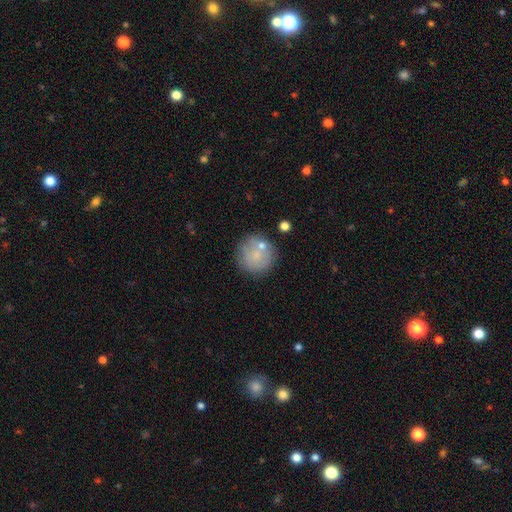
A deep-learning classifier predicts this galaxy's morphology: The model was most divided on "smooth or featured": smooth: 65%, featured or disk: 26%, star or artifact: 9%. More confident: how rounded — round (93%); merging — none (66%).